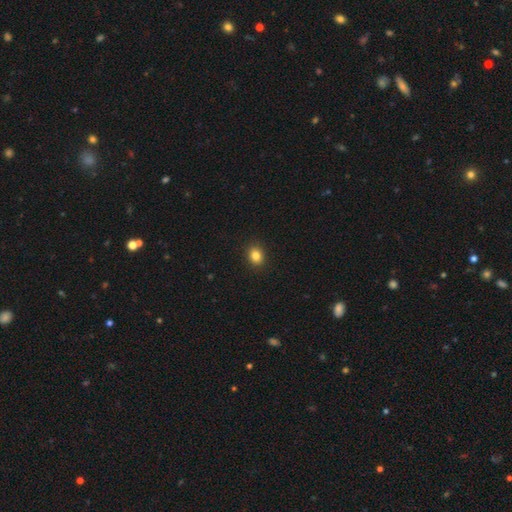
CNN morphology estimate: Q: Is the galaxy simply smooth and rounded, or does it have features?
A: smooth — 85%.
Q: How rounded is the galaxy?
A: round — 60%.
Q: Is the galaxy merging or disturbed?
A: none — 91%.